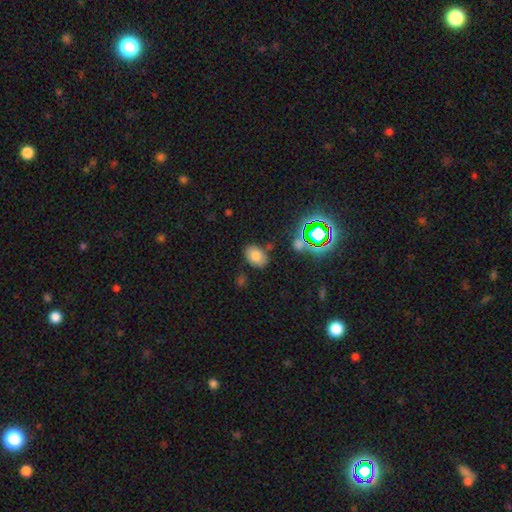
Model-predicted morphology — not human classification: Smooth or featured?
  - smooth: 72% *
  - star or artifact: 16%
  - featured or disk: 11%
How rounded?
  - in between: 77% *
  - round: 22%
  - cigar-shaped: 1%
Merging?
  - none: 79% *
  - minor disturbance: 13%
  - merger: 4%
  - major disturbance: 3%